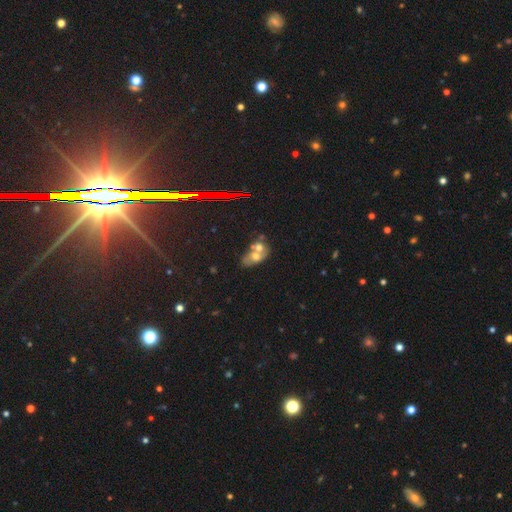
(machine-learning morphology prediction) Smooth or featured? Predicted: smooth (p=0.50). How rounded? Predicted: in between (p=0.71). Merging? Predicted: merger (p=0.66).